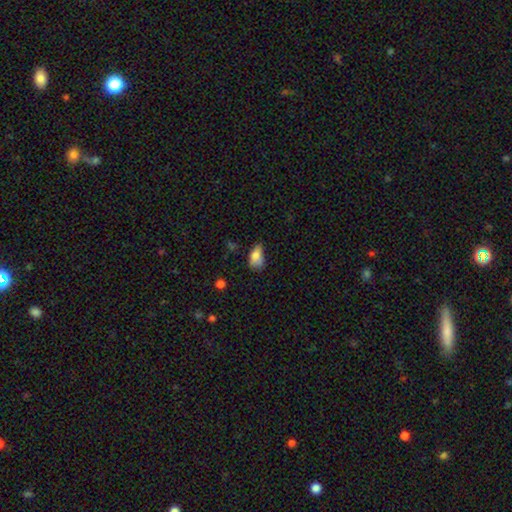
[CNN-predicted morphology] type=smooth (80%); roundness=in between (87%); merging=minor disturbance (45%).